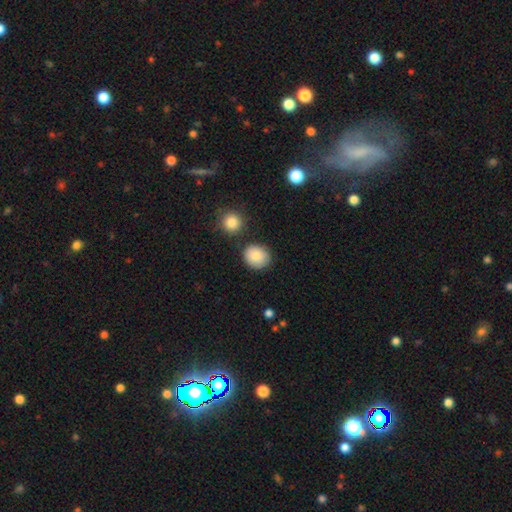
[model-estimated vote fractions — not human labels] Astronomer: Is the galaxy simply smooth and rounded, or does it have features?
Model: smooth — 85%.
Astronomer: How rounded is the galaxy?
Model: round — 82%.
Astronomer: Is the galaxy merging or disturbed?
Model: none — 81%.